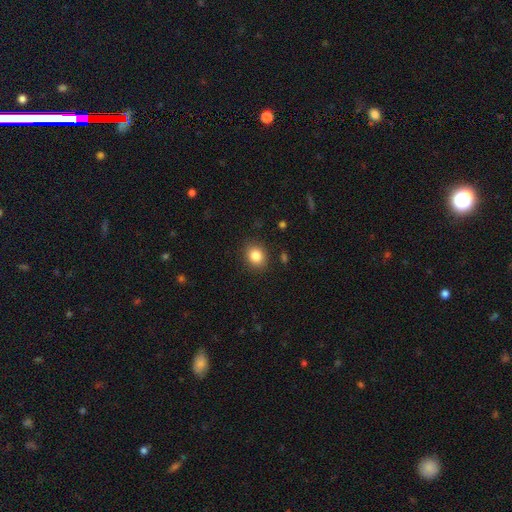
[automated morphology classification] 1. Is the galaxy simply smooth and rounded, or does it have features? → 84% smooth, 10% star or artifact, 6% featured or disk.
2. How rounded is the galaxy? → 65% round, 34% in between, 1% cigar-shaped.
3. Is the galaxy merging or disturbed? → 88% none, 8% minor disturbance, 2% major disturbance, 1% merger.